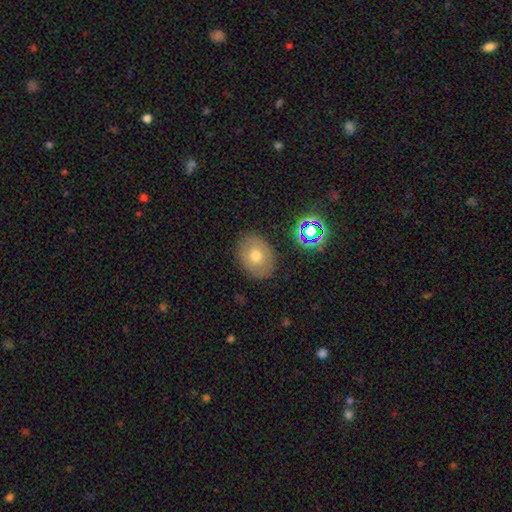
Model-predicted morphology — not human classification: smooth_or_featured: smooth (p=0.64) [alt: featured or disk p=0.23]
how_rounded: in between (p=0.62) [alt: round p=0.37]
merging: none (p=0.85) [alt: minor disturbance p=0.10]